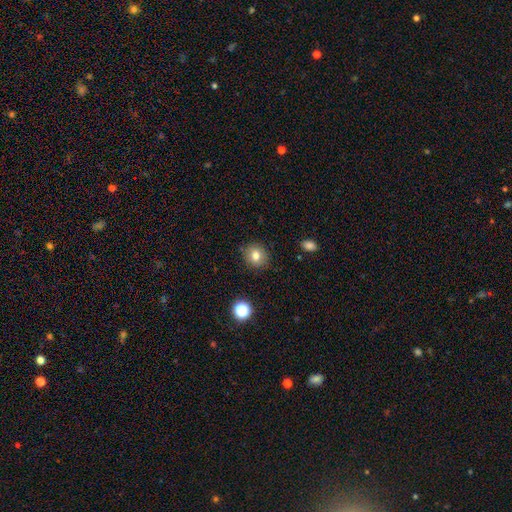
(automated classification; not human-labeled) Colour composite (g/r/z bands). It shows a smooth galaxy with no disk features (78%) that is round (81%). Merging: none (88%).